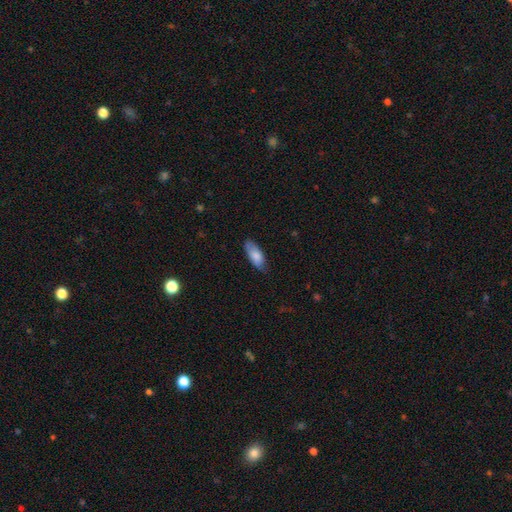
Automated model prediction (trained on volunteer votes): Smooth or featured? Predicted: smooth (p=0.80). How rounded? Predicted: in between (p=0.79). Merging? Predicted: none (p=0.73).